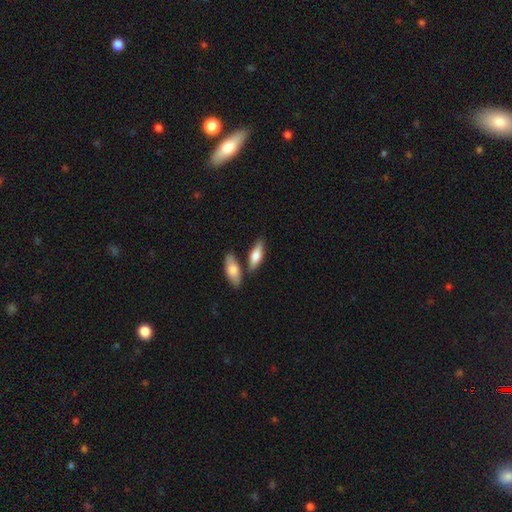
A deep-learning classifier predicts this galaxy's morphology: smooth-or-featured: smooth: 71% | featured or disk: 24% | star or artifact: 5%
  how-rounded: in between: 65% | cigar-shaped: 32% | round: 3%
  merging: none: 66% | merger: 18% | minor disturbance: 12% | major disturbance: 3%